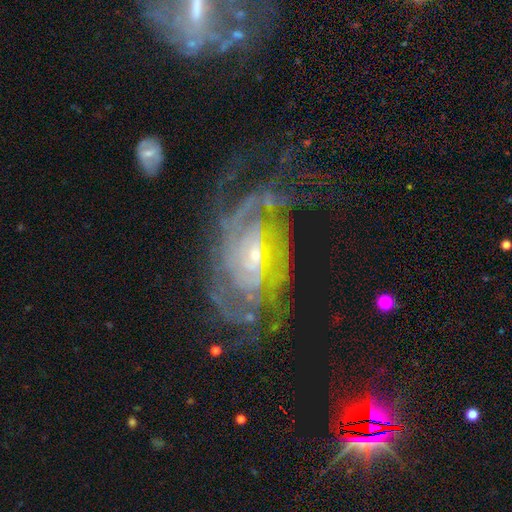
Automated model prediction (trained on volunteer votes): Smooth or featured?
  - featured or disk: 87% *
  - star or artifact: 7%
  - smooth: 7%
Edge-on disk?
  - no: 95% *
  - yes: 5%
Bar?
  - weak: 49% *
  - no: 32%
  - strong: 19%
Spiral arms?
  - yes: 92% *
  - no: 8%
Spiral winding?
  - tight: 56% *
  - medium: 33%
  - loose: 11%
Spiral arm count?
  - can't tell: 42% *
  - 2: 17%
  - 3: 13%
  - 4: 13%
  - more than 4: 8%
  - 1: 6%
Bulge size?
  - small: 64% *
  - moderate: 28%
  - none: 4%
  - large: 2%
  - dominant: 1%
Merging?
  - none: 56% *
  - major disturbance: 22%
  - minor disturbance: 19%
  - merger: 4%